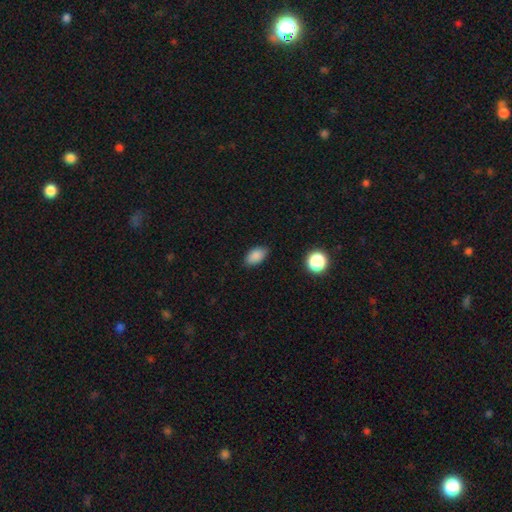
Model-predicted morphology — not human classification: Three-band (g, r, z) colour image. It shows a smooth galaxy with no disk features (87%) that is in between round and cigar-shaped (90%). Merging: none (83%).